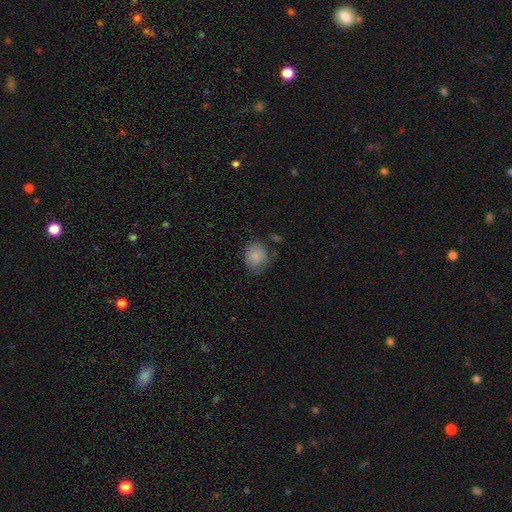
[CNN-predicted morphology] A smooth galaxy with no disk features (83%) that is round (66%).

Vote fractions:
- Smooth or featured? smooth: 83% / featured or disk: 9% / star or artifact: 8%
- How rounded? round: 66% / in between: 33% / cigar-shaped: 1%
- Merging? none: 63% / minor disturbance: 24% / major disturbance: 8% / merger: 4%